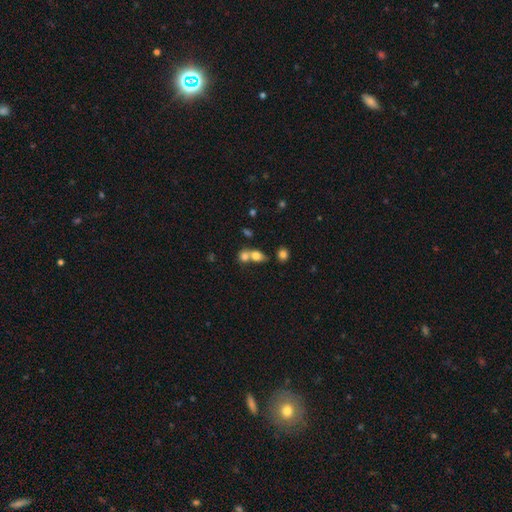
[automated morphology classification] A smooth galaxy with no disk features (74%) that is round (50%). Merging: merger (59%).